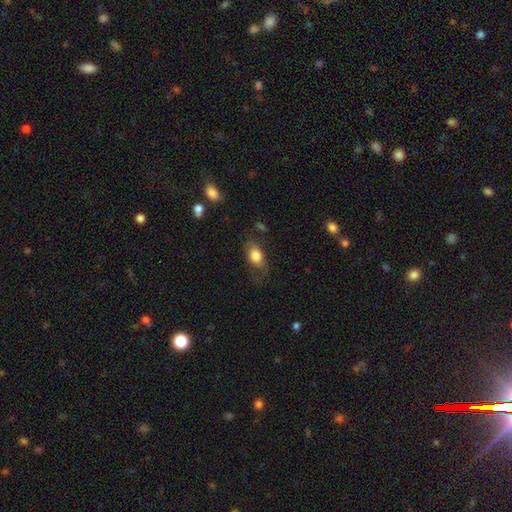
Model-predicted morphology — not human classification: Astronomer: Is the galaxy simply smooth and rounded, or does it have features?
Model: smooth — 77%.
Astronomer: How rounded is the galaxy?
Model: in between — 83%.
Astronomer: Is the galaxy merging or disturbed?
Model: none — 62%.